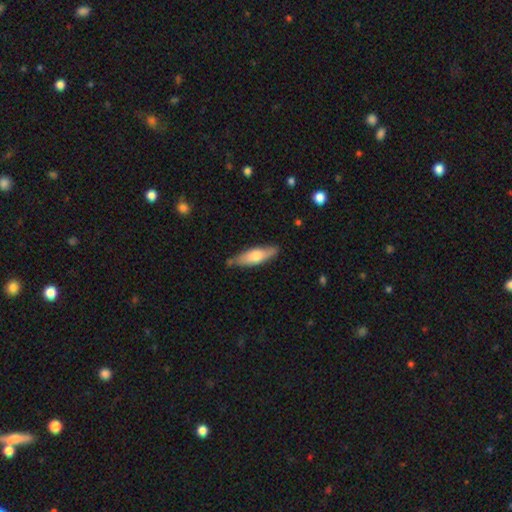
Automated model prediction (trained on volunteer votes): The model was most divided on "how rounded": cigar-shaped: 52%, in between: 46%, round: 2%. More confident: merging — none (75%); smooth or featured — smooth (63%).